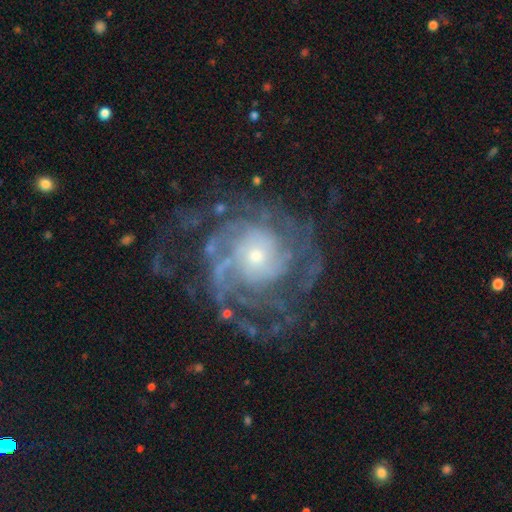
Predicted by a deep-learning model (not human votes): smooth-or-featured: featured or disk: 87% | smooth: 7% | star or artifact: 6%
  disk-edge-on: no: 97% | yes: 3%
    bar: no: 78% | weak: 17% | strong: 5%
    has-spiral-arms: yes: 94% | no: 6%
      spiral-winding: tight: 62% | medium: 29% | loose: 9%
      spiral-arm-count: can't tell: 32% | 4: 17% | 3: 17% | 2: 15% | more than 4: 11% | 1: 7%
    bulge-size: small: 57% | moderate: 36% | large: 4% | none: 1% | dominant: 1%
  merging: none: 67% | minor disturbance: 16% | major disturbance: 15% | merger: 2%